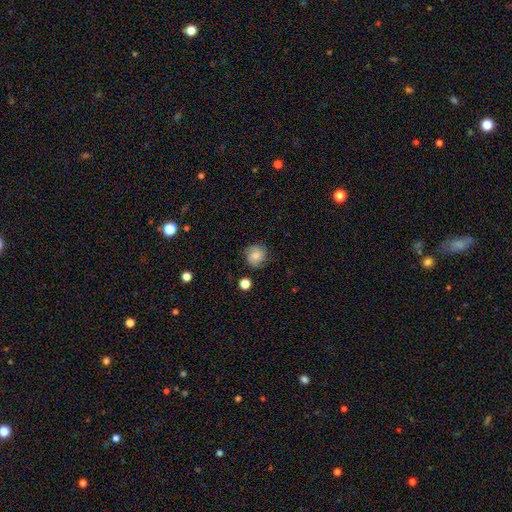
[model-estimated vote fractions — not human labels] Morphology: type=smooth (74%); roundness=round (90%); merging=none (79%).